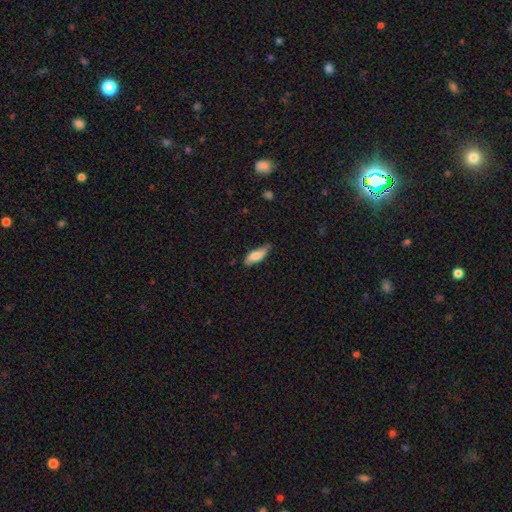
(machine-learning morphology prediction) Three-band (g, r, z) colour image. It shows a smooth galaxy with no disk features (74%) that is in between round and cigar-shaped (68%). Merging: none (63%).